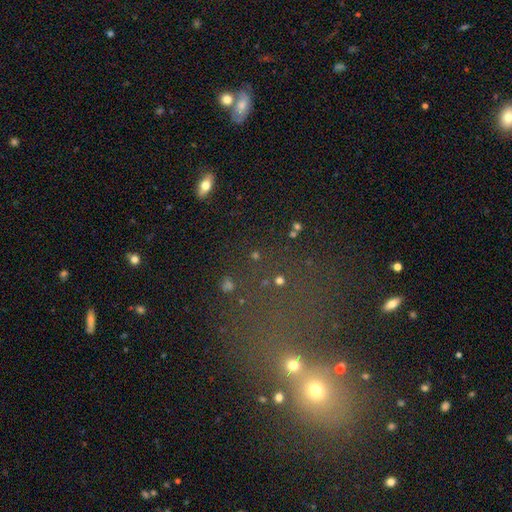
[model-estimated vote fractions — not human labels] A star or artifact, not a galaxy (43%).